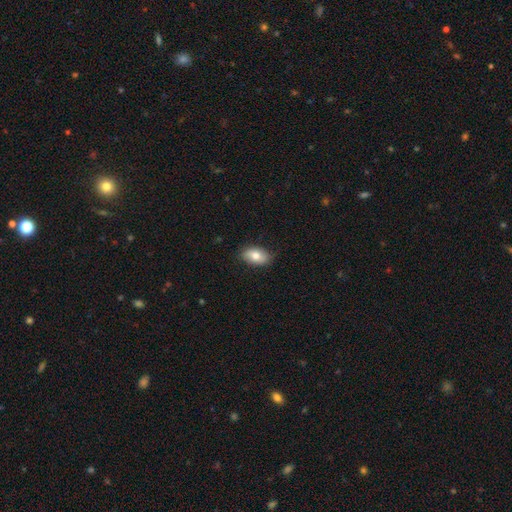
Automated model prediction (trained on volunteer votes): smooth 76%, featured or disk 17%, star or artifact 7%. Down the decision tree: how rounded — in between (92%); merging — none (83%).